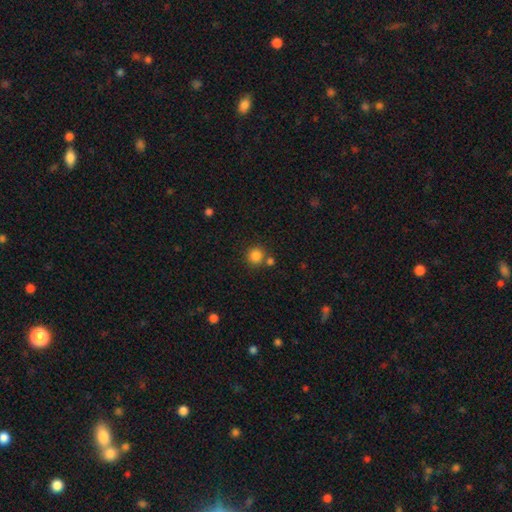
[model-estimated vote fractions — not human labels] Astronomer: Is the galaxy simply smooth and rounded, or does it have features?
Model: smooth — 84%.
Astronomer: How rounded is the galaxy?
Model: round — 92%.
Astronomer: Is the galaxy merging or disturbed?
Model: none — 75%.